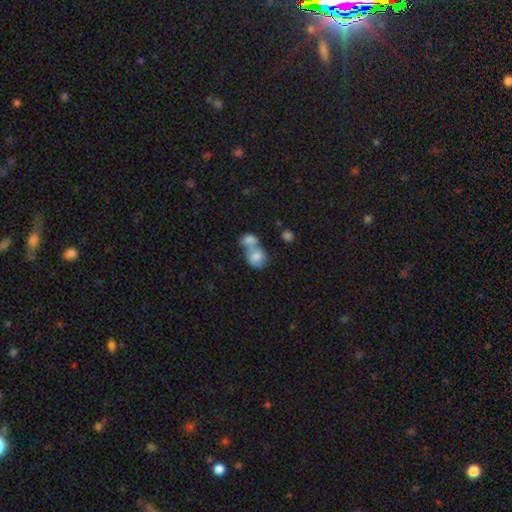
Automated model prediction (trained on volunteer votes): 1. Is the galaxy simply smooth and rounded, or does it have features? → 76% smooth, 17% featured or disk, 7% star or artifact.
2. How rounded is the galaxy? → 53% in between, 45% round, 1% cigar-shaped.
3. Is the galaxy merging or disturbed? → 72% merger, 17% none, 7% minor disturbance, 4% major disturbance.